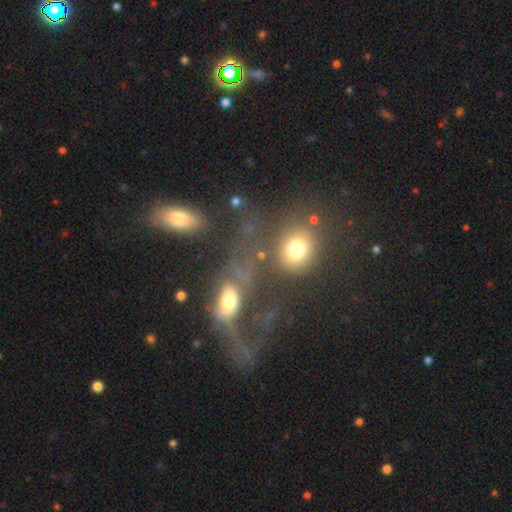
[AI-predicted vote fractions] smooth-or-featured: smooth: 49% | featured or disk: 33% | star or artifact: 18%
  merging: merger: 43% | none: 24% | major disturbance: 23% | minor disturbance: 10%